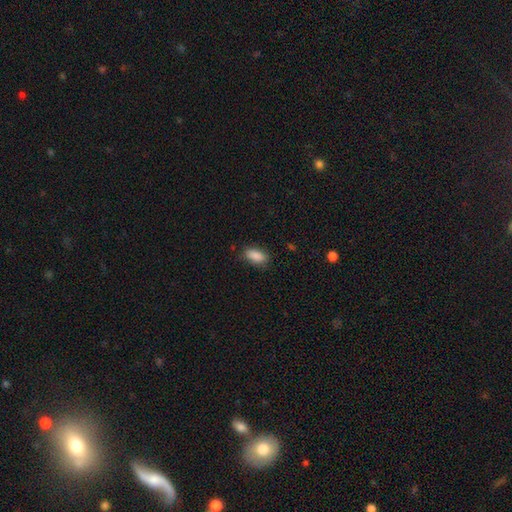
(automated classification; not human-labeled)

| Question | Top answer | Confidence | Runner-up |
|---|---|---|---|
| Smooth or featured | smooth | 89% | star or artifact (8%) |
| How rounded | in between | 90% | cigar-shaped (7%) |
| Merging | none | 80% | minor disturbance (15%) |